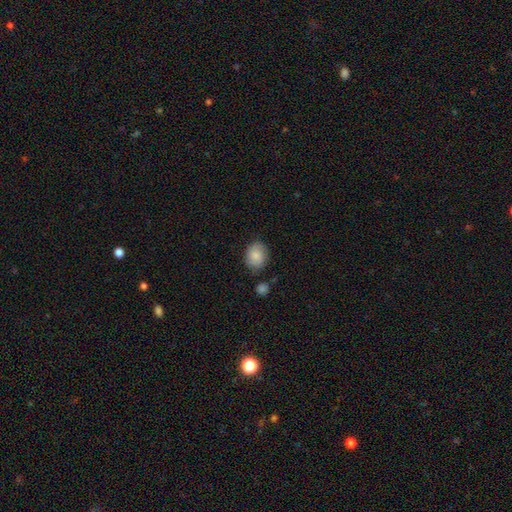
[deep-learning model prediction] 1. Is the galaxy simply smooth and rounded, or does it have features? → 83% smooth, 10% featured or disk, 7% star or artifact.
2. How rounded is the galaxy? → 55% round, 44% in between, 1% cigar-shaped.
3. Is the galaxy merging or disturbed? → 76% none, 17% minor disturbance, 4% major disturbance, 3% merger.